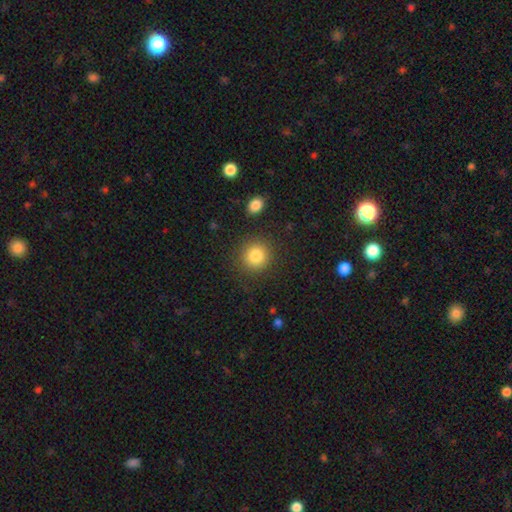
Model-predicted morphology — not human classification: smooth-or-featured: smooth: 84% | star or artifact: 10% | featured or disk: 6%
  how-rounded: round: 90% | in between: 9% | cigar-shaped: 1%
  merging: none: 87% | minor disturbance: 8% | major disturbance: 3% | merger: 2%